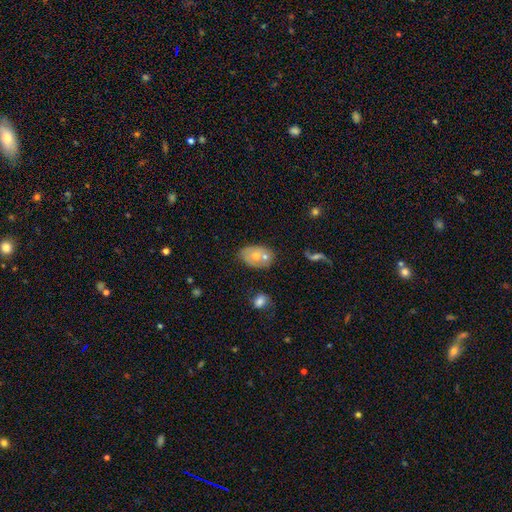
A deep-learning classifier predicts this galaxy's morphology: type=smooth (55%); roundness=in between (82%); merging=none (46%).